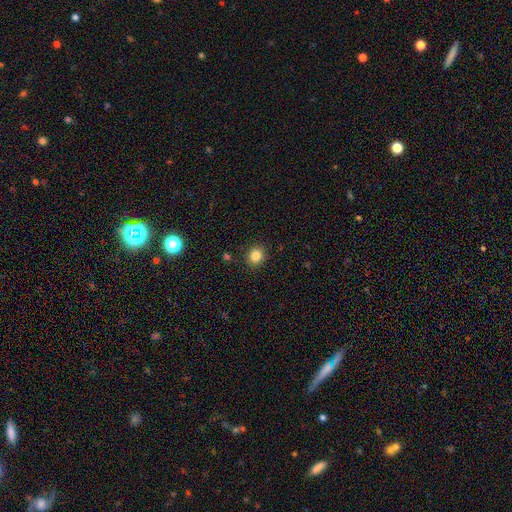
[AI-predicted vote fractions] Smooth or featured: smooth — 83% (star or artifact — 12%)
How rounded: round — 80% (in between — 19%)
Merging: none — 90% (minor disturbance — 6%)